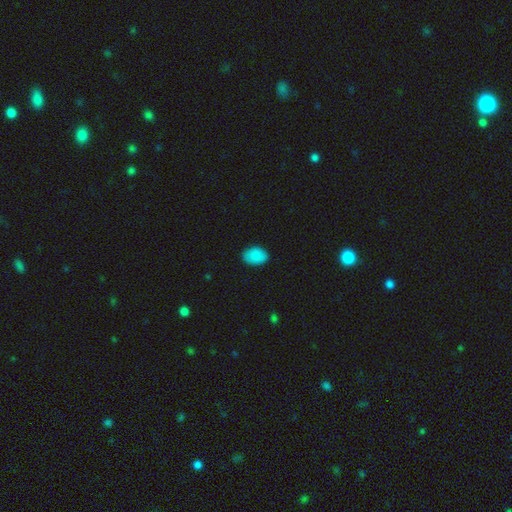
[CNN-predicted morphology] A smooth galaxy with no disk features (88%) that is in between round and cigar-shaped (79%). Merging: none (86%).